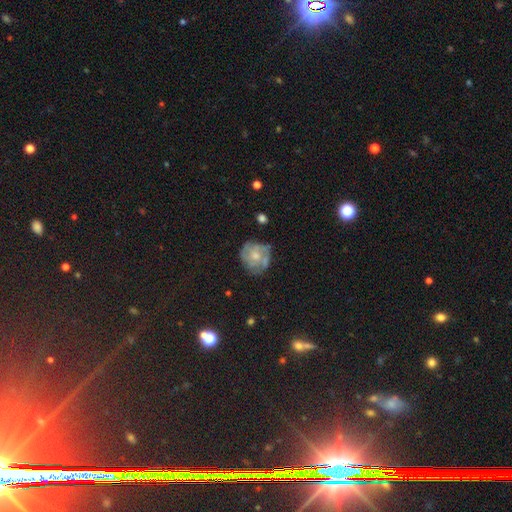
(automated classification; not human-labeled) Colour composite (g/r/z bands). It shows a featured or disk galaxy (65%) with no bar (78%), spiral arms (77%) and a moderate central bulge (47%). Merging: none (67%).